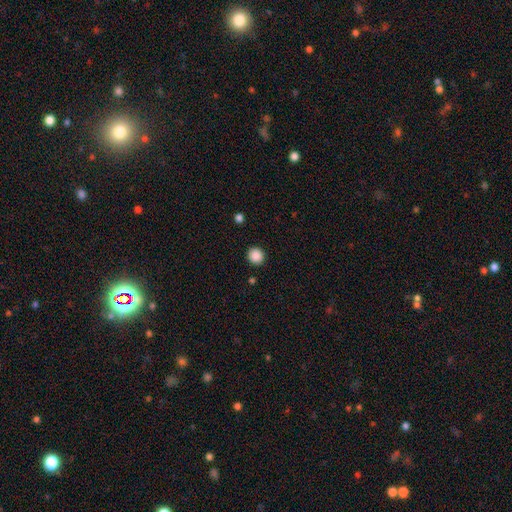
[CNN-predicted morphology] Smooth or featured? smooth (88%)
How rounded? round (93%)
Merging? none (92%)